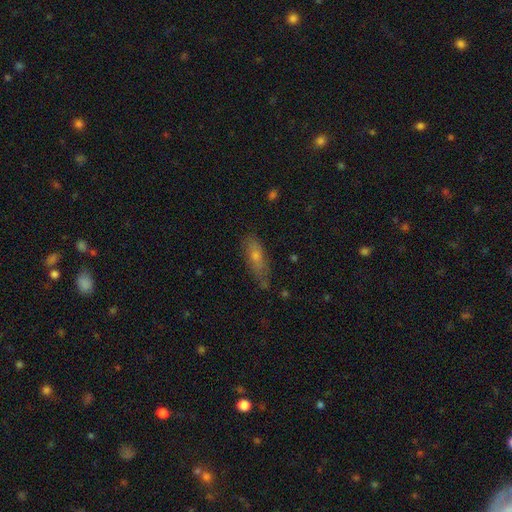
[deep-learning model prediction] This is possibly a smooth galaxy (58%). How rounded: possibly cigar-shaped (51%). Merging: likely none (67%).